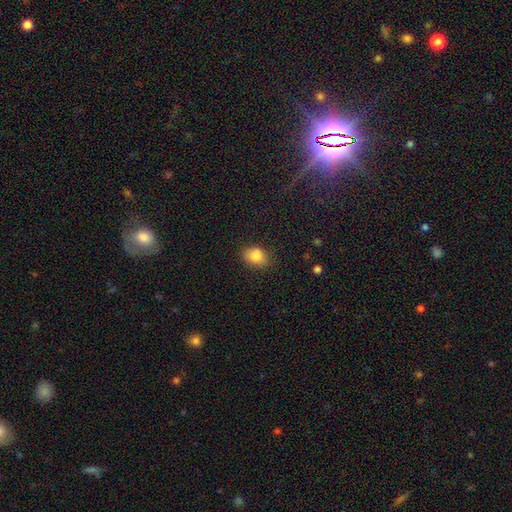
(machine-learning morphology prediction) smooth 84%, star or artifact 9%, featured or disk 6%. Down the decision tree: how rounded — in between (73%); merging — none (77%).